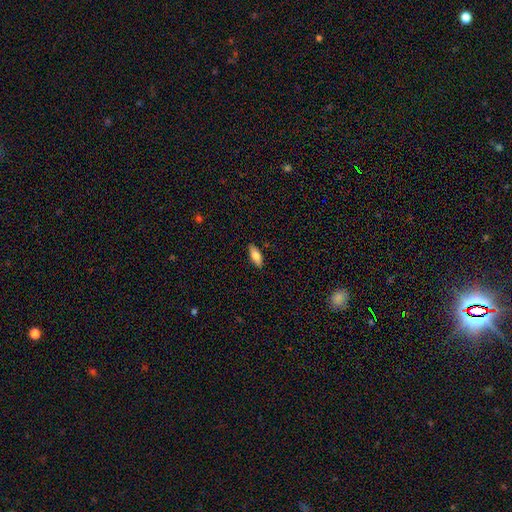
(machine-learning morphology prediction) This is clearly a smooth galaxy (80%). How rounded: likely in between (76%). Merging: clearly none (88%).